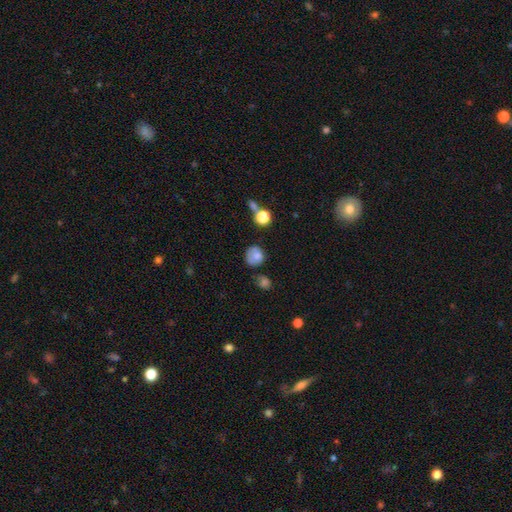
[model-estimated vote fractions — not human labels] Q: Smooth or featured?
A: smooth (72%); runner-up: featured or disk (17%)
Q: How rounded?
A: round (72%); runner-up: in between (27%)
Q: Merging?
A: none (49%); runner-up: minor disturbance (29%)